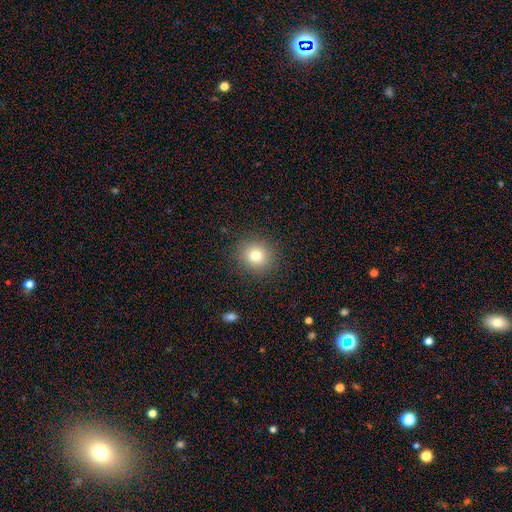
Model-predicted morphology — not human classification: Smooth or featured? Predicted: smooth (p=0.79). How rounded? Predicted: round (p=0.89). Merging? Predicted: none (p=0.90).